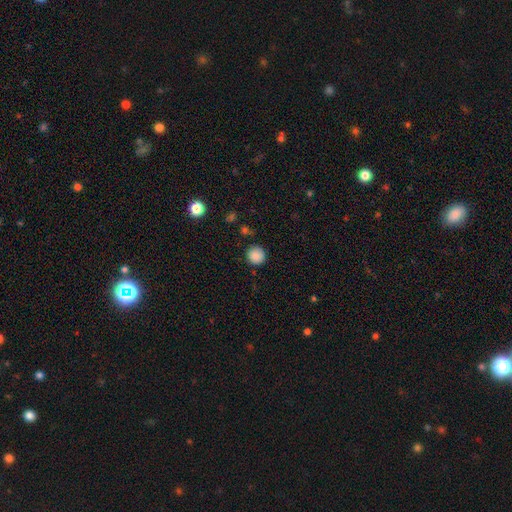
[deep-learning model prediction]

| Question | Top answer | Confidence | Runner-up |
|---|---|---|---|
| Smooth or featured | smooth | 87% | star or artifact (10%) |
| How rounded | round | 94% | in between (5%) |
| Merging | none | 88% | minor disturbance (8%) |